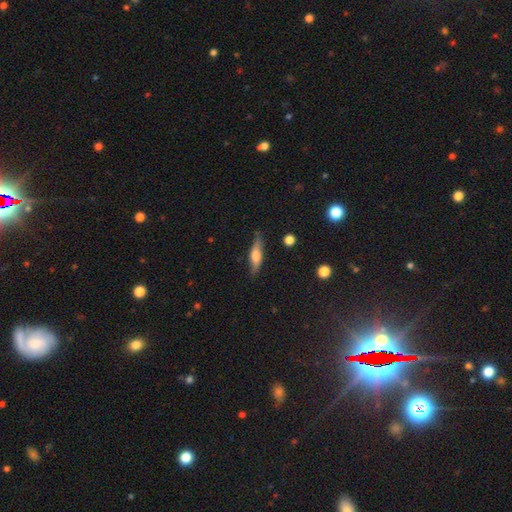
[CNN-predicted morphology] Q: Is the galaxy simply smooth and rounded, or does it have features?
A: smooth — 50%.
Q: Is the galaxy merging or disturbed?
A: none — 78%.